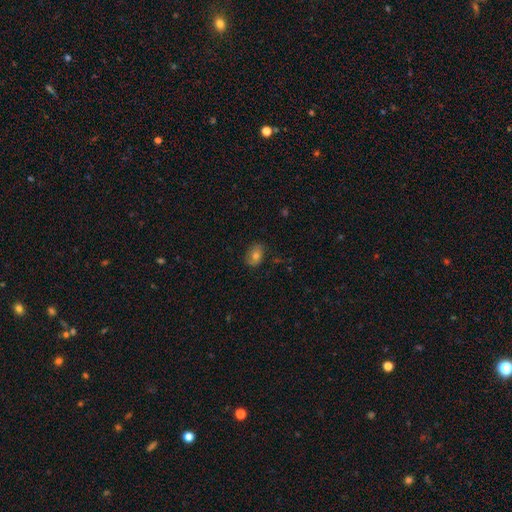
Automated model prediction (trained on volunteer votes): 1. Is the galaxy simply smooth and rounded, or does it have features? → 67% smooth, 22% featured or disk, 11% star or artifact.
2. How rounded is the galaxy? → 74% in between, 25% round, 1% cigar-shaped.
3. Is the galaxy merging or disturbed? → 77% none, 18% minor disturbance, 4% major disturbance, 1% merger.